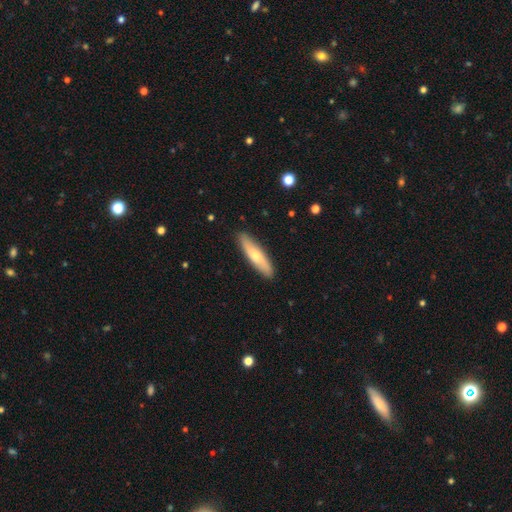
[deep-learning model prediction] Smooth or featured?
  - smooth: 66% *
  - featured or disk: 29%
  - star or artifact: 5%
How rounded?
  - cigar-shaped: 74% *
  - in between: 24%
  - round: 2%
Merging?
  - none: 88% *
  - minor disturbance: 9%
  - major disturbance: 2%
  - merger: 1%